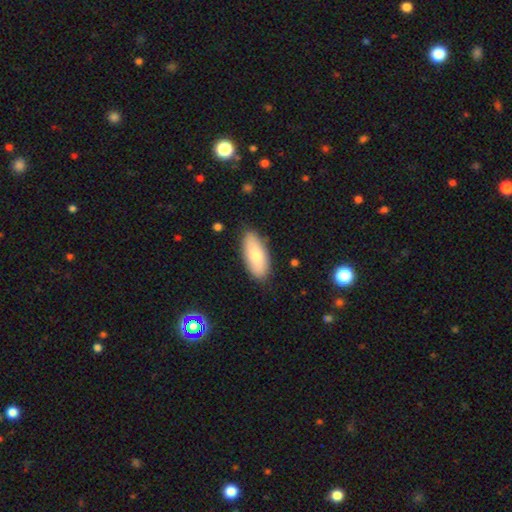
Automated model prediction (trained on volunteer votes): This is likely a smooth galaxy (77%). How rounded: clearly in between (89%). Merging: clearly none (84%).